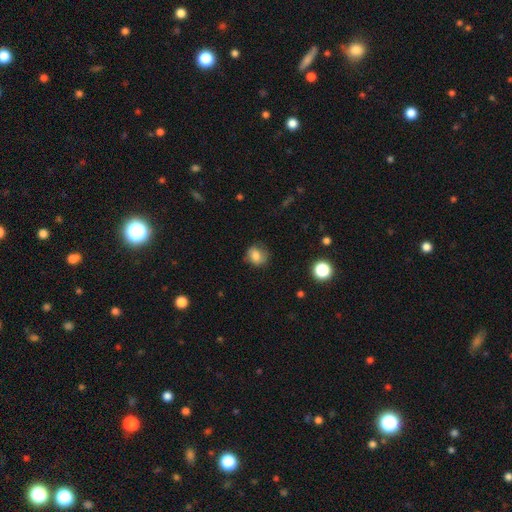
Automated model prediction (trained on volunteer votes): Smooth or featured: smooth — 68% (featured or disk — 21%)
How rounded: round — 68% (in between — 31%)
Merging: none — 66% (minor disturbance — 24%)